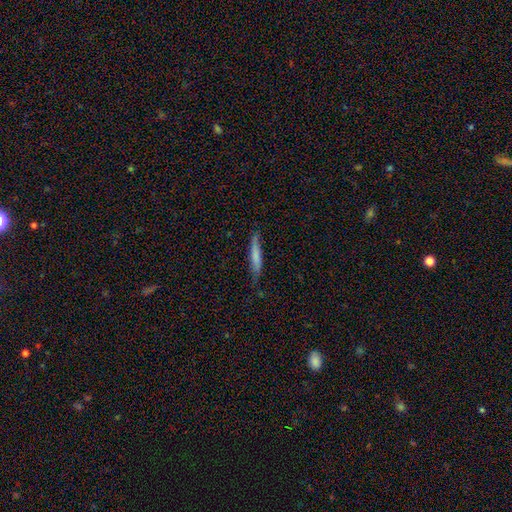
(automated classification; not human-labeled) Smooth or featured? smooth (70%)
How rounded? cigar-shaped (93%)
Merging? none (74%)